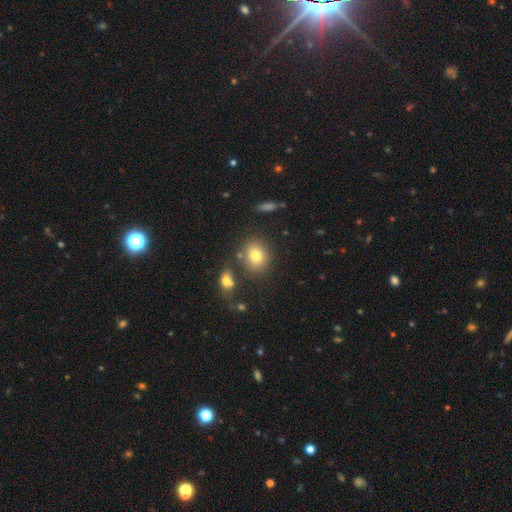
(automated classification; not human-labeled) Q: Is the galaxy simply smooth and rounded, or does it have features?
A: smooth — 79%.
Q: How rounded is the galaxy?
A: round — 62%.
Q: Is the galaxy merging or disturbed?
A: none — 77%.